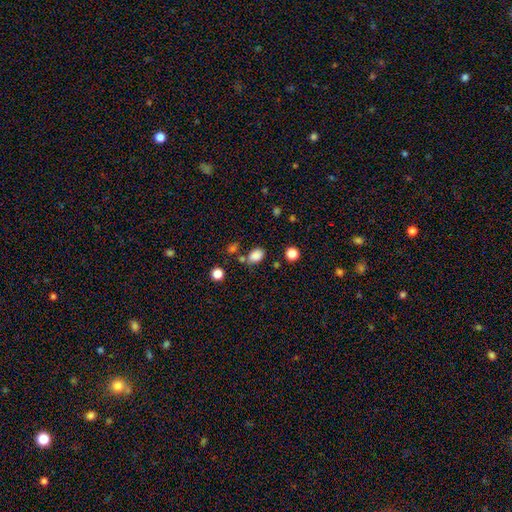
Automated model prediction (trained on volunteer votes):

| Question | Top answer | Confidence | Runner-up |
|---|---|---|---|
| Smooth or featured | smooth | 84% | star or artifact (11%) |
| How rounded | in between | 74% | round (24%) |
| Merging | none | 69% | minor disturbance (15%) |